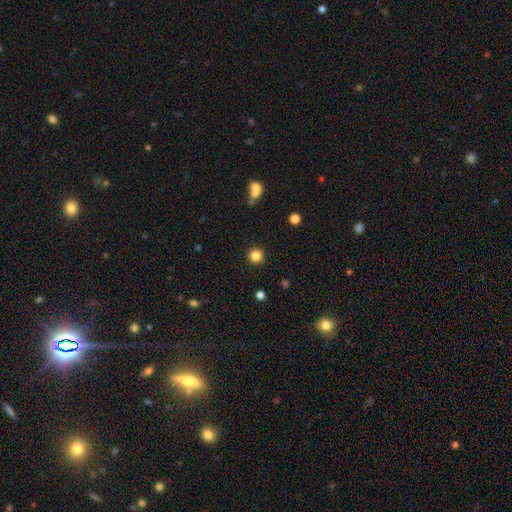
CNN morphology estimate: Smooth or featured? Predicted: smooth (p=0.84). How rounded? Predicted: round (p=0.95). Merging? Predicted: none (p=0.92).